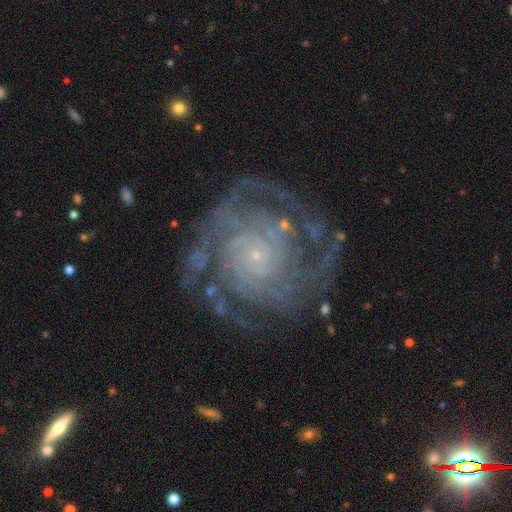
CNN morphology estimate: featured or disk 88%, star or artifact 7%, smooth 5%. Down the decision tree: edge-on disk — no (98%); bar — no (80%); spiral arms — yes (97%); spiral arm count — 4 (24%); spiral winding — tight (74%); bulge size — small (87%); merging — none (71%).